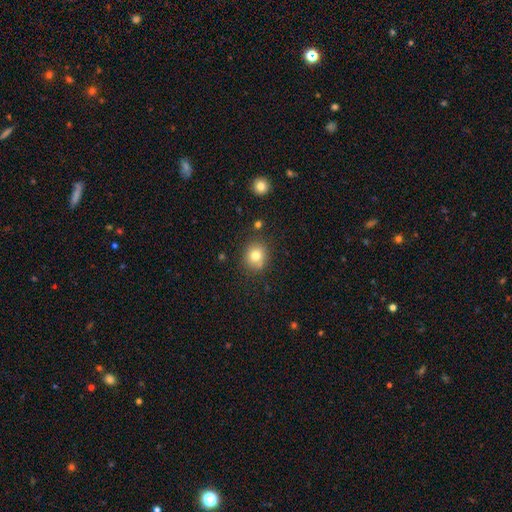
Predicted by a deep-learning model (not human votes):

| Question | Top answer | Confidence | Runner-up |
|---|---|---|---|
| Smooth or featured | smooth | 78% | star or artifact (12%) |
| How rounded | round | 81% | in between (18%) |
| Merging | none | 80% | minor disturbance (12%) |